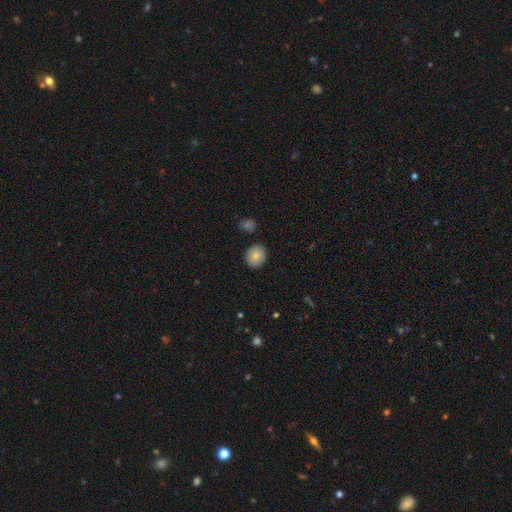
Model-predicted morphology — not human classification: A smooth galaxy with no disk features (84%) that is round (78%). Merging: none (85%).